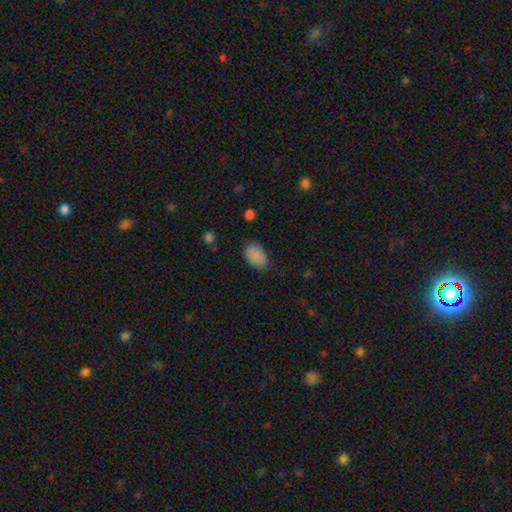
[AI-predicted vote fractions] A smooth galaxy with no disk features (88%) that is in between round and cigar-shaped (89%).

Vote fractions:
- Smooth or featured? smooth: 88% / star or artifact: 8% / featured or disk: 4%
- How rounded? in between: 89% / round: 9% / cigar-shaped: 1%
- Merging? none: 76% / minor disturbance: 19% / major disturbance: 4% / merger: 1%